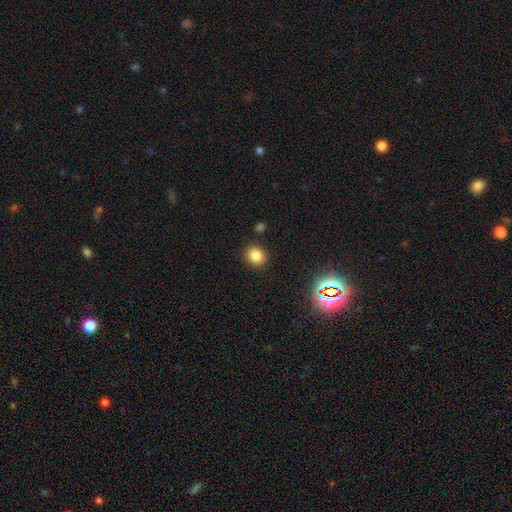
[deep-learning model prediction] smooth_or_featured: smooth (p=0.82) [alt: star or artifact p=0.13]
how_rounded: round (p=0.79) [alt: in between p=0.20]
merging: none (p=0.89) [alt: minor disturbance p=0.07]